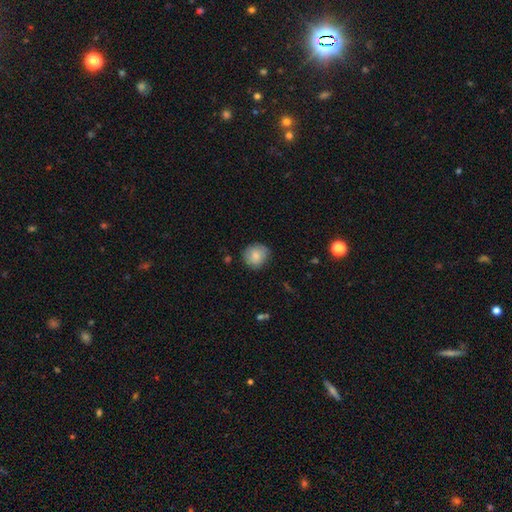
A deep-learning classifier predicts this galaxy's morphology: This appears to be a smooth galaxy with no disk features (81%) that is round (89%). Merging: none (81%).